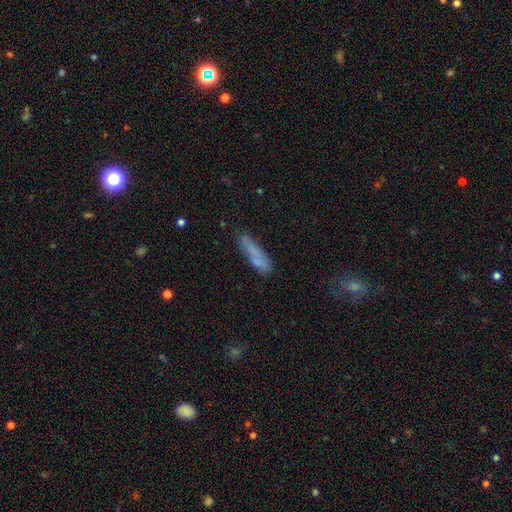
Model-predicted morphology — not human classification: Smooth or featured?
  - smooth: 68% *
  - featured or disk: 22%
  - star or artifact: 10%
How rounded?
  - cigar-shaped: 81% *
  - in between: 17%
  - round: 2%
Merging?
  - none: 64% *
  - minor disturbance: 21%
  - major disturbance: 7%
  - merger: 7%